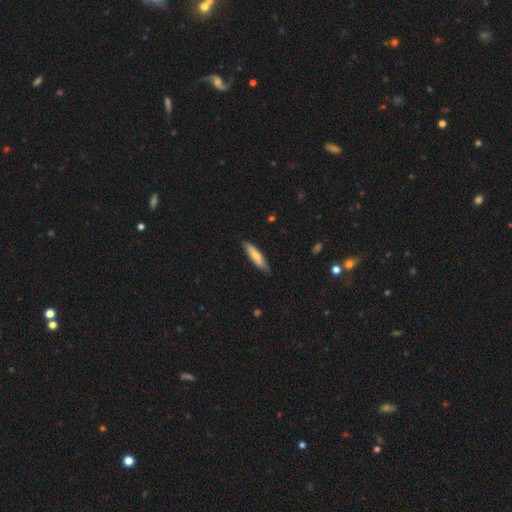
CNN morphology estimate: Q: Smooth or featured?
A: smooth (71%); runner-up: featured or disk (24%)
Q: How rounded?
A: cigar-shaped (76%); runner-up: in between (23%)
Q: Merging?
A: none (84%); runner-up: minor disturbance (13%)